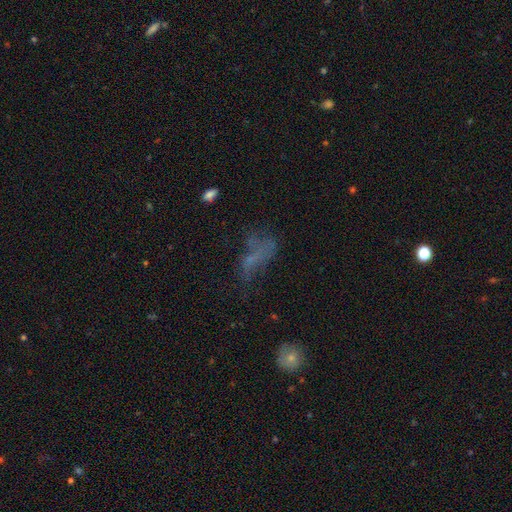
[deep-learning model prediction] Smooth or featured?
  - smooth: 38% *
  - featured or disk: 36%
  - star or artifact: 27%
Merging?
  - none: 37% *
  - major disturbance: 35%
  - minor disturbance: 21%
  - merger: 8%